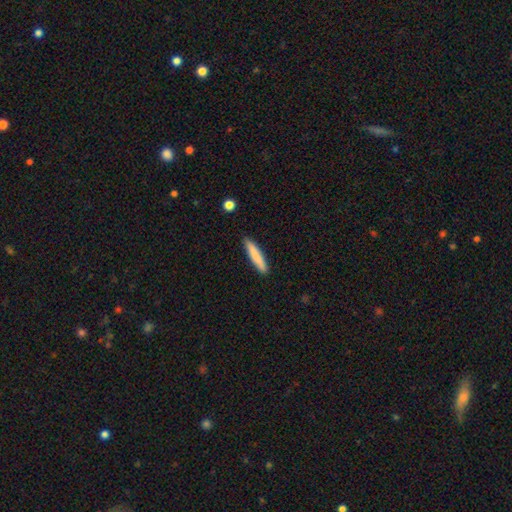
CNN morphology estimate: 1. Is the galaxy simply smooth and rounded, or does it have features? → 80% smooth, 14% featured or disk, 6% star or artifact.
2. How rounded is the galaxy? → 91% cigar-shaped, 8% in between, 1% round.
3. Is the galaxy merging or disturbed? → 90% none, 7% minor disturbance, 1% major disturbance, 1% merger.